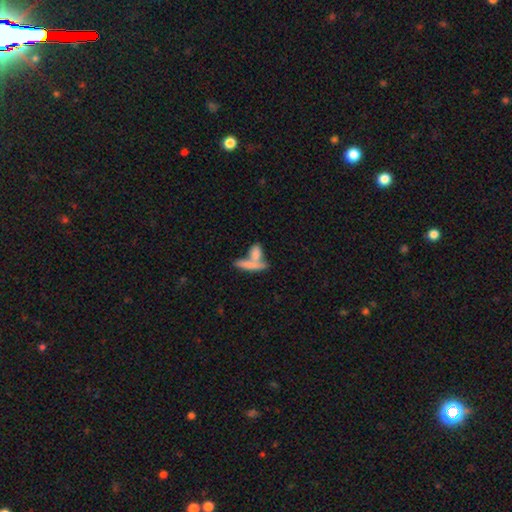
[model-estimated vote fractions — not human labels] Smooth or featured? Predicted: smooth (p=0.67). How rounded? Predicted: cigar-shaped (p=0.49). Merging? Predicted: merger (p=0.51).